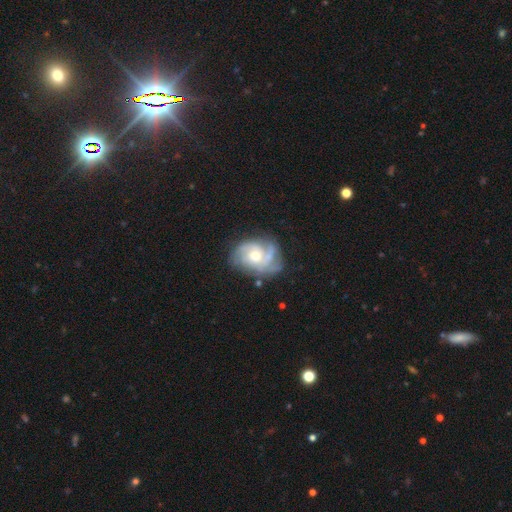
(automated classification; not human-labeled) Q: Smooth or featured?
A: featured or disk (82%); runner-up: smooth (12%)
Q: Edge-on disk?
A: no (97%); runner-up: yes (3%)
Q: Bar?
A: no (73%); runner-up: weak (23%)
Q: Spiral arms?
A: yes (93%); runner-up: no (7%)
Q: Spiral winding?
A: tight (51%); runner-up: medium (38%)
Q: Spiral arm count?
A: 3 (34%); runner-up: can't tell (27%)
Q: Bulge size?
A: moderate (67%); runner-up: small (23%)
Q: Merging?
A: none (64%); runner-up: minor disturbance (22%)